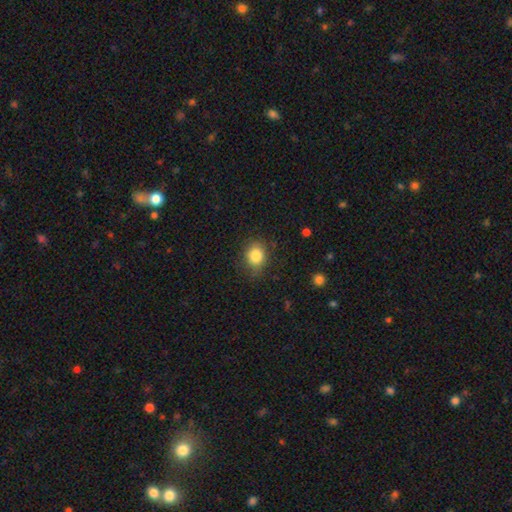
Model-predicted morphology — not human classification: Smooth or featured? Predicted: smooth (p=0.84). How rounded? Predicted: round (p=0.62). Merging? Predicted: none (p=0.78).